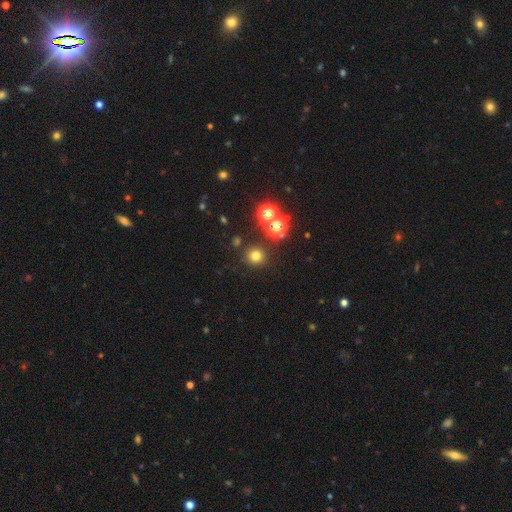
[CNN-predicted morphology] Overall: smooth (71%). How rounded: round (93%). Merging: none (85%).